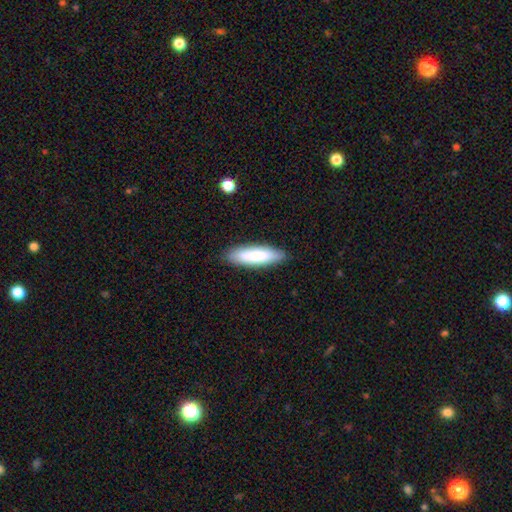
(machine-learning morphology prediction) Smooth or featured? Predicted: smooth (p=0.81). How rounded? Predicted: cigar-shaped (p=0.61). Merging? Predicted: none (p=0.87).